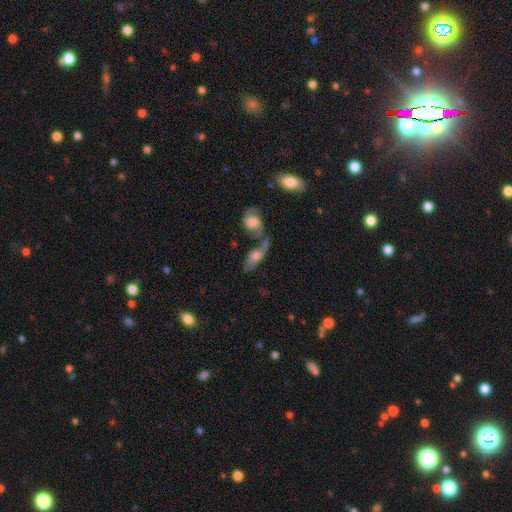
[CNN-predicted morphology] featured or disk 56%, smooth 36%, star or artifact 8%. Down the decision tree: edge-on disk — no (85%); merging — merger (57%).